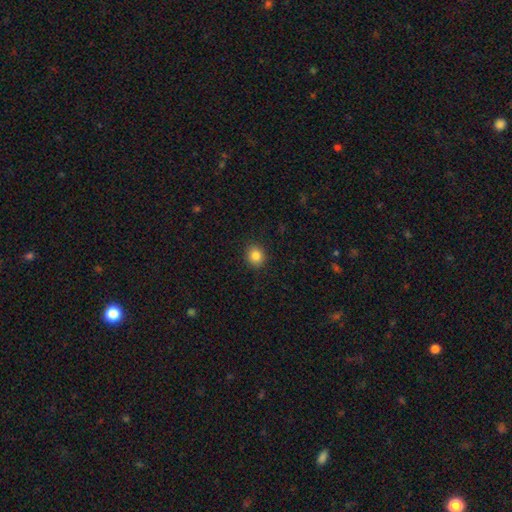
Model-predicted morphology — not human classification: type=smooth (84%); roundness=round (80%); merging=none (91%).